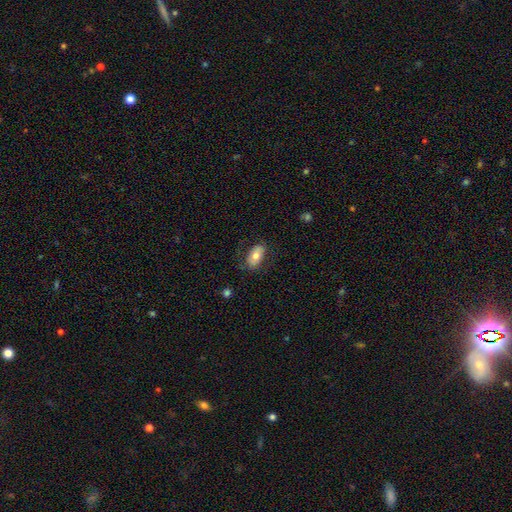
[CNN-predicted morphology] The model was most divided on "smooth or featured": smooth: 71%, featured or disk: 22%, star or artifact: 7%. More confident: how rounded — in between (92%); merging — none (76%).